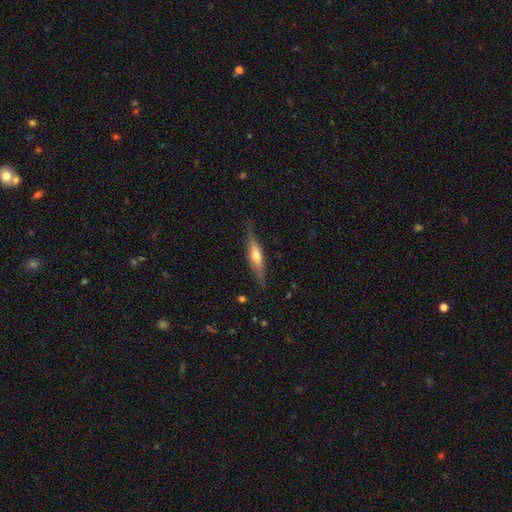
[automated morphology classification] smooth_or_featured: featured or disk (p=0.54) [alt: smooth p=0.41]
disk_edge_on: yes (p=0.91) [alt: no p=0.09]
merging: none (p=0.82) [alt: minor disturbance p=0.14]